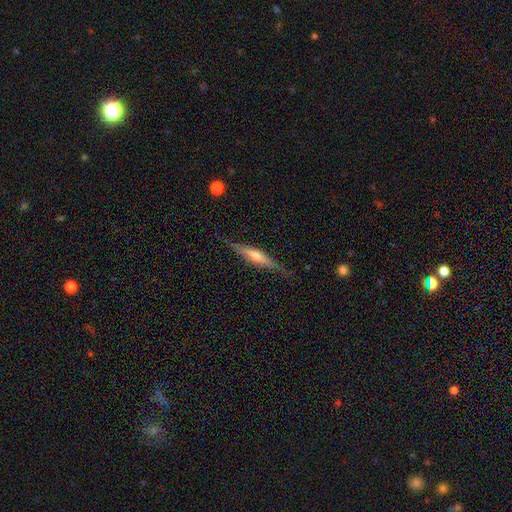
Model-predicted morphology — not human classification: Smooth or featured? Predicted: featured or disk (p=0.69). Edge-on disk? Predicted: yes (p=0.96). Edge-on bulge? Predicted: rounded (p=0.76). Merging? Predicted: none (p=0.83).